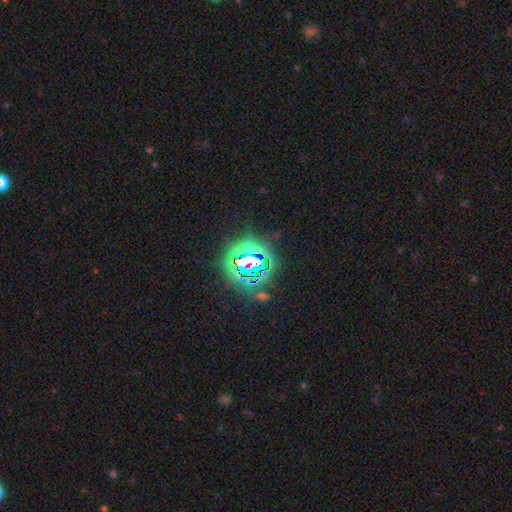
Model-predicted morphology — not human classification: This is clearly a star or artifact rather than a galaxy (80%).